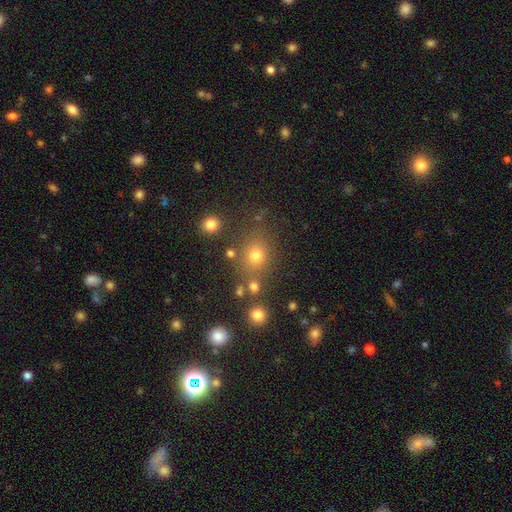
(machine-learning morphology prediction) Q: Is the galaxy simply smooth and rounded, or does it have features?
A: smooth — 71%.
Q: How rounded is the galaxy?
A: round — 71%.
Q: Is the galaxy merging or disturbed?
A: none — 75%.